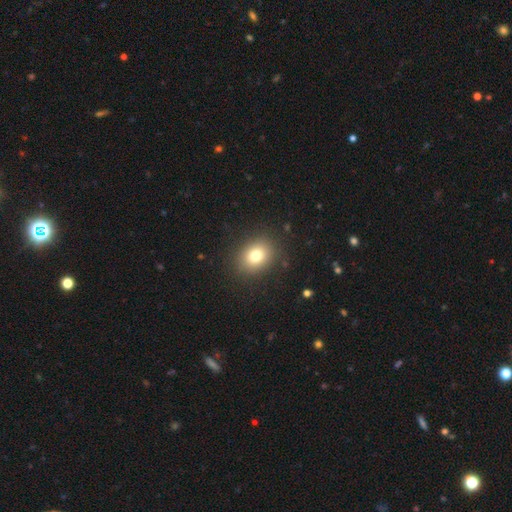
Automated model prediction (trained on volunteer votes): This appears to be a smooth galaxy with no disk features (77%) that is round (53%). Merging: none (88%).